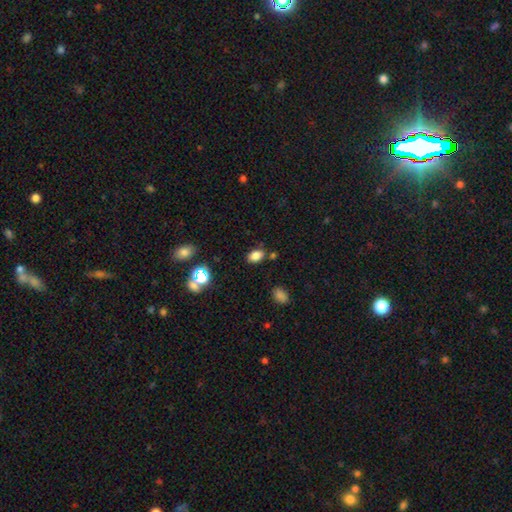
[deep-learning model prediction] This appears to be a smooth galaxy with no disk features (80%) that is in between round and cigar-shaped (82%). Merging: none (78%).